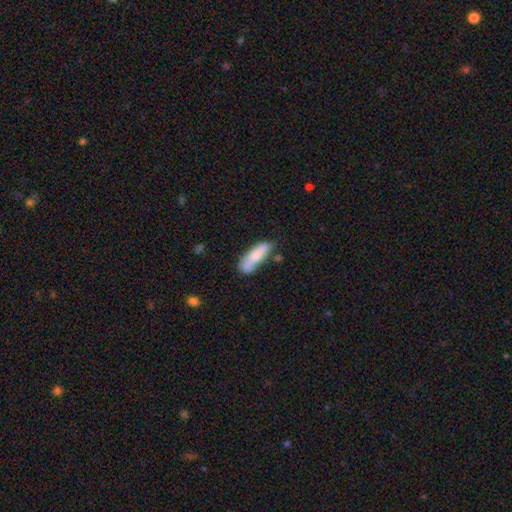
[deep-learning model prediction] A smooth galaxy with no disk features (71%) that is in between round and cigar-shaped (50%).

Vote fractions:
- Smooth or featured? smooth: 71% / featured or disk: 23% / star or artifact: 6%
- How rounded? in between: 50% / cigar-shaped: 47% / round: 2%
- Merging? none: 51% / minor disturbance: 26% / merger: 15% / major disturbance: 9%